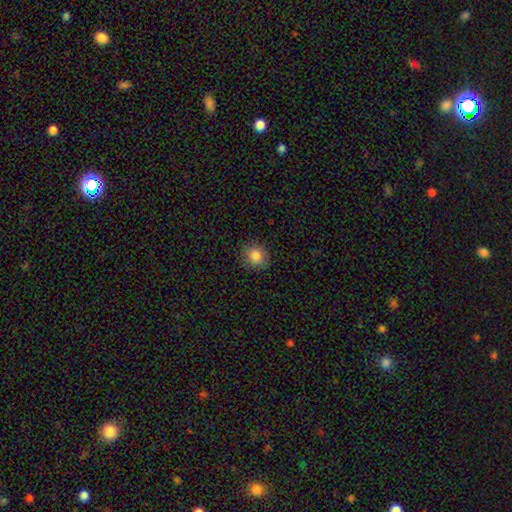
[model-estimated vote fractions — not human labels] This is clearly a smooth galaxy (84%). How rounded: likely round (69%). Merging: clearly none (85%).